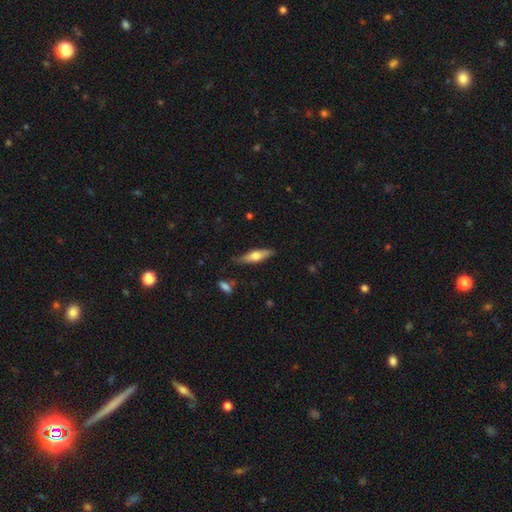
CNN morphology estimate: Q: Smooth or featured?
A: smooth (51%); runner-up: featured or disk (43%)
Q: How rounded?
A: cigar-shaped (60%); runner-up: in between (38%)
Q: Merging?
A: none (80%); runner-up: minor disturbance (15%)